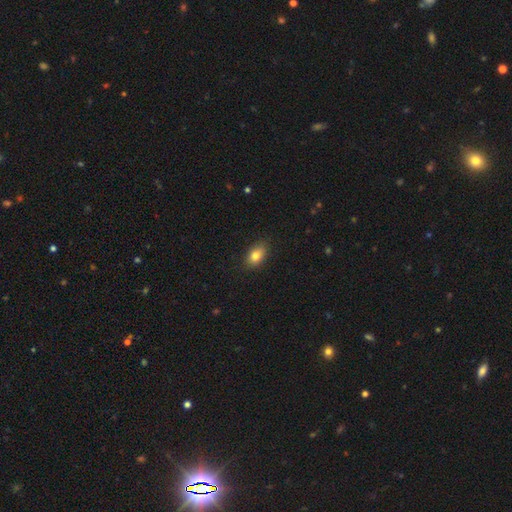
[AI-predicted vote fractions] smooth_or_featured: smooth (p=0.82) [alt: featured or disk p=0.10]
how_rounded: in between (p=0.85) [alt: round p=0.13]
merging: none (p=0.85) [alt: minor disturbance p=0.12]